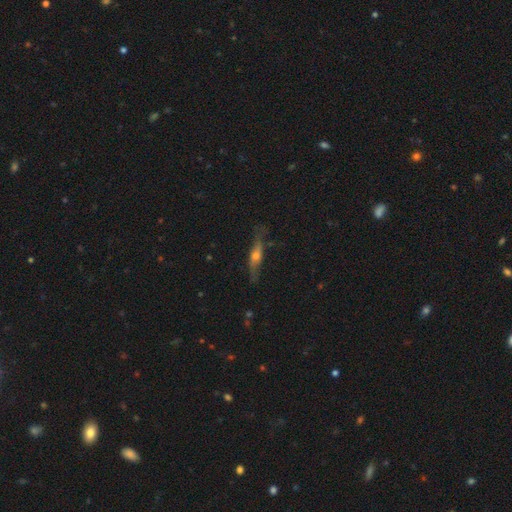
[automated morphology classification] This is possibly a featured or disk galaxy (57%). It is clearly viewed edge-on (83%). Merging: likely none (71%).